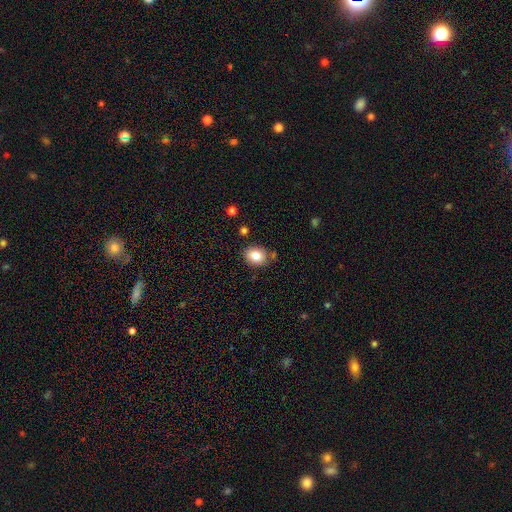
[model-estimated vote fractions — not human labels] Smooth or featured? smooth (80%)
How rounded? round (52%)
Merging? none (75%)